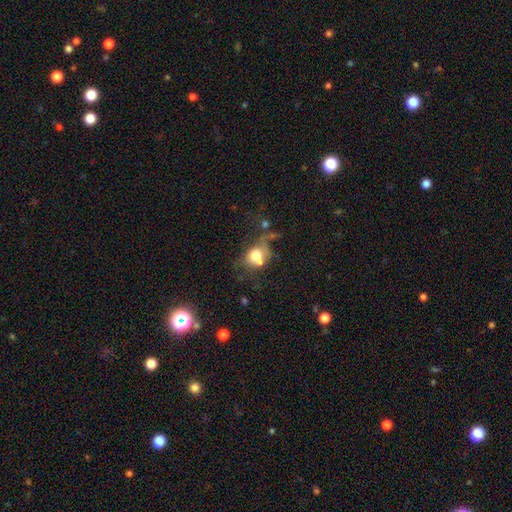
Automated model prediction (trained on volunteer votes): Q: Smooth or featured?
A: smooth (67%); runner-up: featured or disk (22%)
Q: How rounded?
A: round (54%); runner-up: in between (44%)
Q: Merging?
A: merger (39%); runner-up: none (27%)